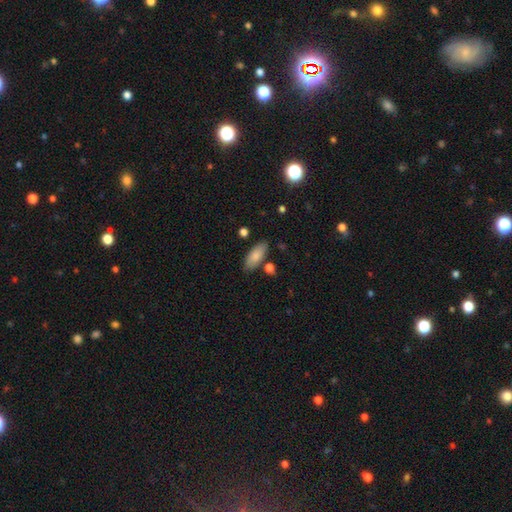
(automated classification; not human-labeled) A smooth galaxy with no disk features (82%) that is in between round and cigar-shaped (83%).

Vote fractions:
- Smooth or featured? smooth: 82% / featured or disk: 11% / star or artifact: 6%
- How rounded? in between: 83% / cigar-shaped: 15% / round: 2%
- Merging? none: 79% / minor disturbance: 13% / merger: 5% / major disturbance: 3%